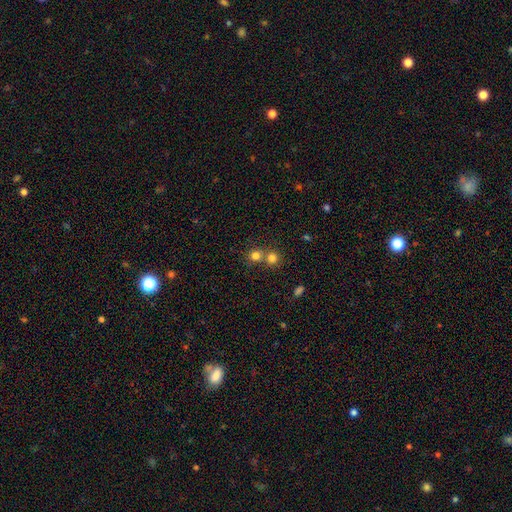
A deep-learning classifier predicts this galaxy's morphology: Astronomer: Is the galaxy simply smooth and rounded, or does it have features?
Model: smooth — 77%.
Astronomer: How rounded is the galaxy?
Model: round — 89%.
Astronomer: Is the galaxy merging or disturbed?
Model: none — 51% (runner-up: merger, 41%).